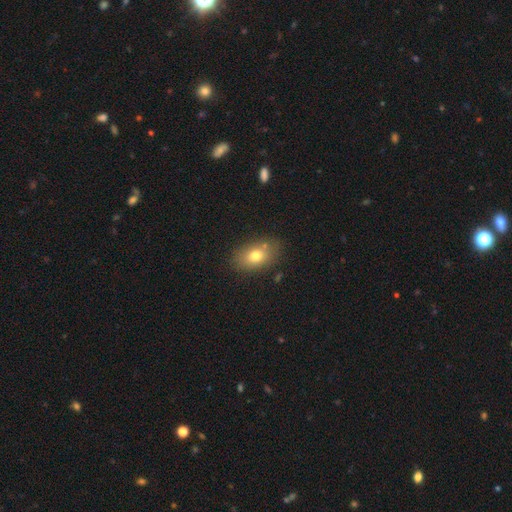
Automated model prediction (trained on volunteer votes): smooth_or_featured: smooth (p=0.76) [alt: featured or disk p=0.14]
how_rounded: in between (p=0.83) [alt: round p=0.15]
merging: none (p=0.76) [alt: minor disturbance p=0.15]